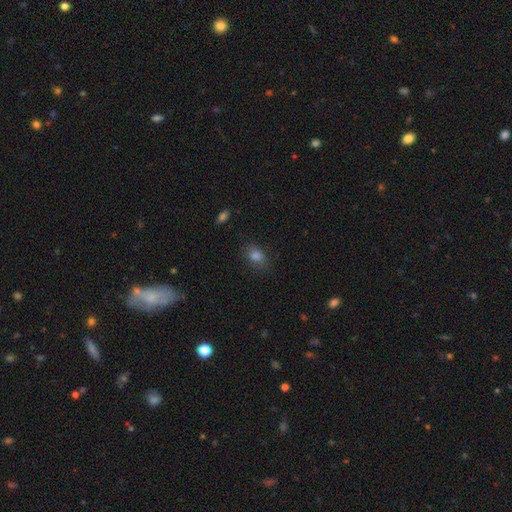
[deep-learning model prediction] Morphology: type=smooth (80%); roundness=in between (68%); merging=none (83%).